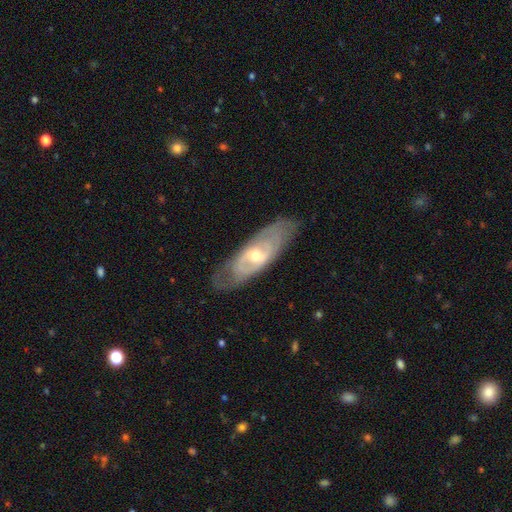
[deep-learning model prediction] This appears to be a featured or disk galaxy (74%) with no bar (56%), spiral arms (69%) and a moderate central bulge (53%). Merging: none (76%).